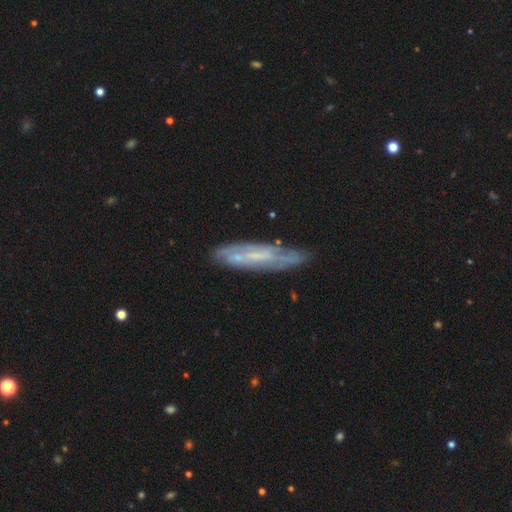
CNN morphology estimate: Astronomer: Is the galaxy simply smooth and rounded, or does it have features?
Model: featured or disk — 66%.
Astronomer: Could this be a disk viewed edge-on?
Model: no — 60% (runner-up: yes, 40%).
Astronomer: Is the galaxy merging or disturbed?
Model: none — 65%.